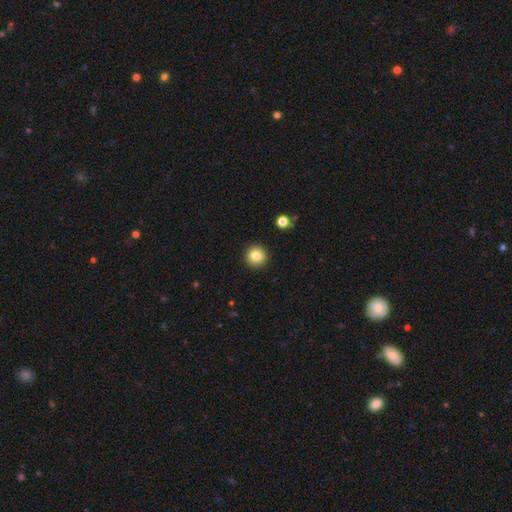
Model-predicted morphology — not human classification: smooth-or-featured: smooth: 83% | star or artifact: 10% | featured or disk: 7%
  how-rounded: round: 94% | in between: 5% | cigar-shaped: 1%
  merging: none: 93% | minor disturbance: 5% | major disturbance: 2% | merger: 1%